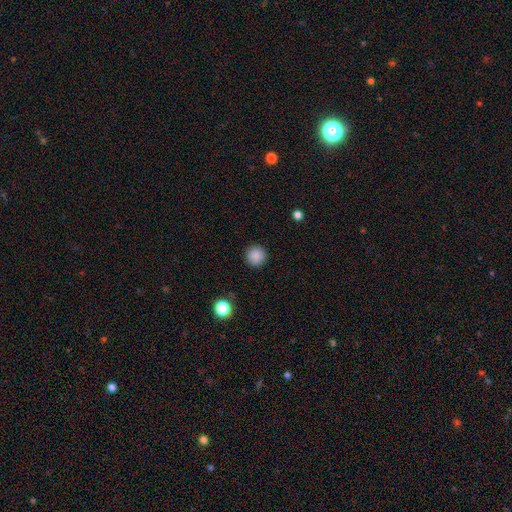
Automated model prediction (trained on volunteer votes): Overall: smooth (88%). How rounded: round (95%). Merging: none (92%).